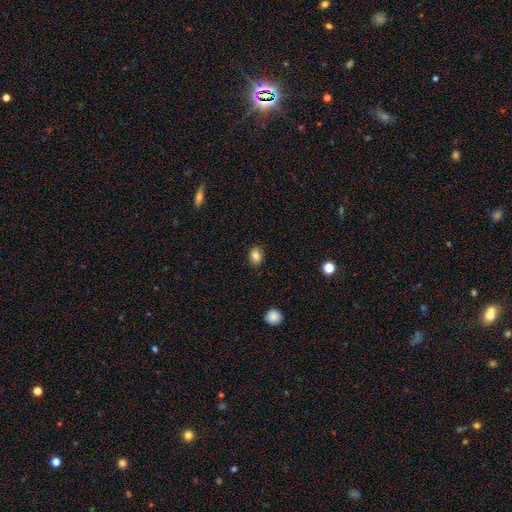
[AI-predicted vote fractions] A smooth galaxy with no disk features (83%) that is in between round and cigar-shaped (58%). Merging: none (86%).